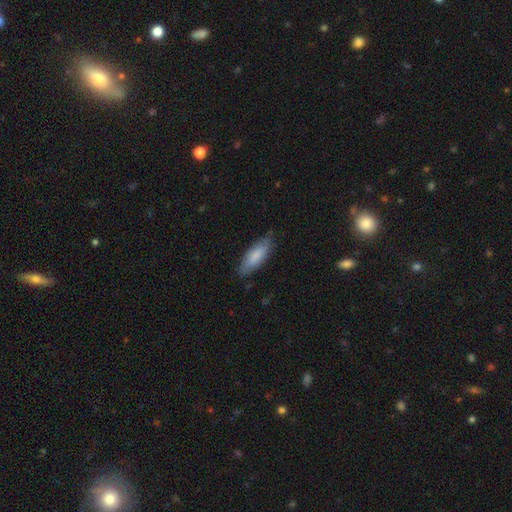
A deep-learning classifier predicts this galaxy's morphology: Smooth or featured?
  - smooth: 80% *
  - featured or disk: 15%
  - star or artifact: 5%
How rounded?
  - in between: 55% *
  - cigar-shaped: 43%
  - round: 2%
Merging?
  - none: 80% *
  - minor disturbance: 16%
  - major disturbance: 3%
  - merger: 1%